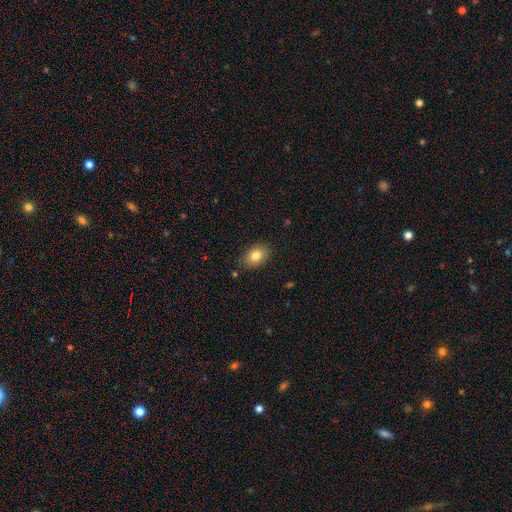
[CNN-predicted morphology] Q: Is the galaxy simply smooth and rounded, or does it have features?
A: smooth — 82%.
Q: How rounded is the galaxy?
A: in between — 83%.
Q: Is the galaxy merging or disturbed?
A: none — 84%.